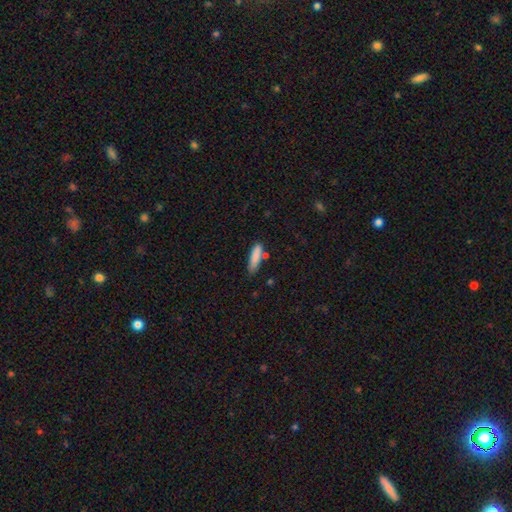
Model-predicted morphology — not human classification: This is clearly a smooth galaxy (84%). How rounded: likely cigar-shaped (70%). Merging: likely none (72%).